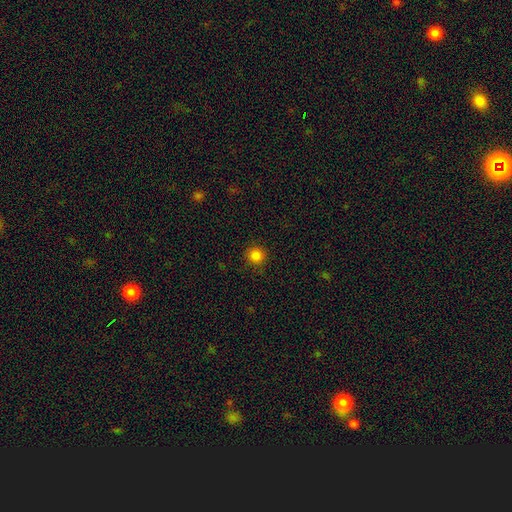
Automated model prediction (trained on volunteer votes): smooth_or_featured: smooth (p=0.84) [alt: star or artifact p=0.13]
how_rounded: round (p=0.94) [alt: in between p=0.05]
merging: none (p=0.90) [alt: minor disturbance p=0.06]